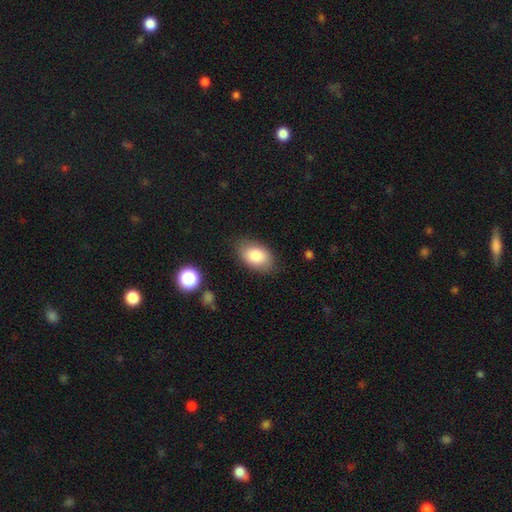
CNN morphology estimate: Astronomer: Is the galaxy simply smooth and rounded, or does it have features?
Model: smooth — 85%.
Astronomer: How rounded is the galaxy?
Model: in between — 89%.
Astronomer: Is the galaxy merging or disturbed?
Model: none — 80%.